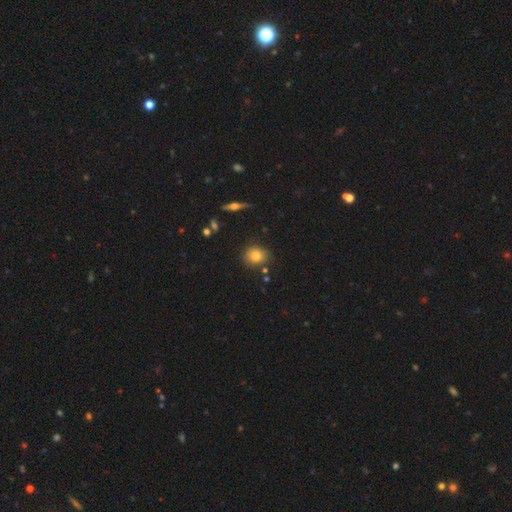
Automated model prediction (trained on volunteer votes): smooth-or-featured: smooth: 78% | featured or disk: 11% | star or artifact: 11%
  how-rounded: round: 72% | in between: 27% | cigar-shaped: 2%
  merging: none: 84% | minor disturbance: 10% | merger: 4% | major disturbance: 2%